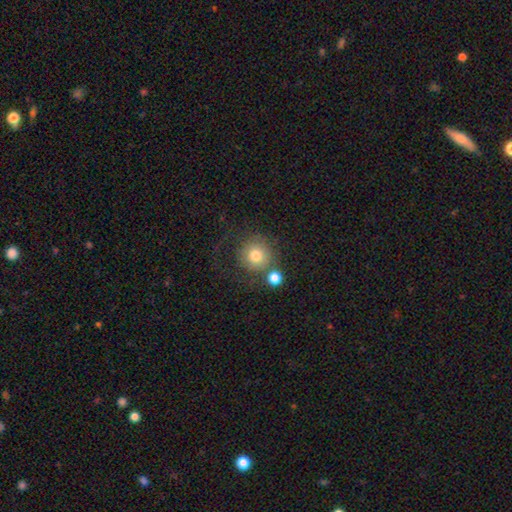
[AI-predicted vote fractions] A smooth galaxy with no disk features (77%) that is round (93%). Merging: none (64%).